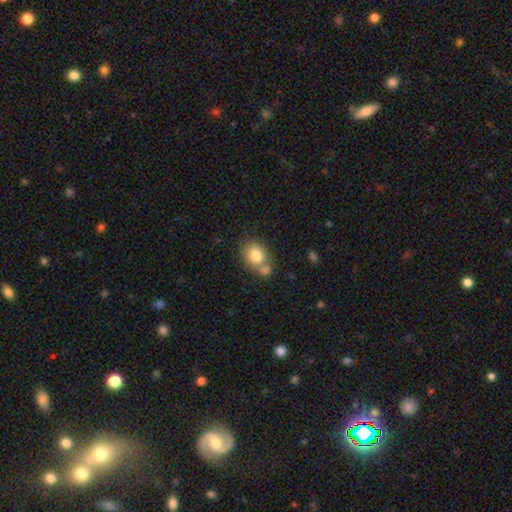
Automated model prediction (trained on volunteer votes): Q: Smooth or featured?
A: smooth (79%); runner-up: featured or disk (12%)
Q: How rounded?
A: round (55%); runner-up: in between (44%)
Q: Merging?
A: none (50%); runner-up: merger (32%)